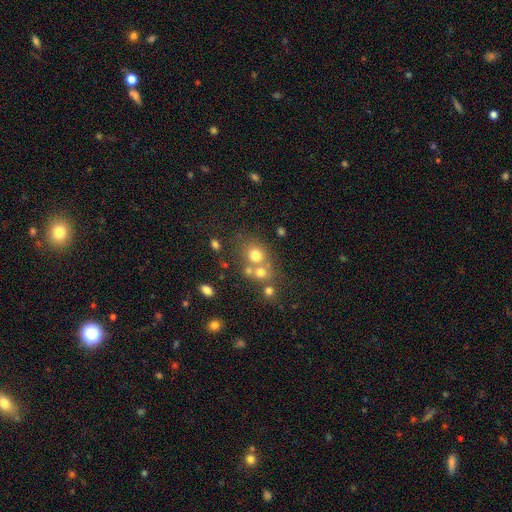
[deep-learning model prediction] A smooth galaxy with no disk features (69%) that is round (78%).

Vote fractions:
- Smooth or featured? smooth: 69% / star or artifact: 17% / featured or disk: 14%
- How rounded? round: 78% / in between: 21% / cigar-shaped: 1%
- Merging? none: 50% / merger: 35% / minor disturbance: 9% / major disturbance: 5%